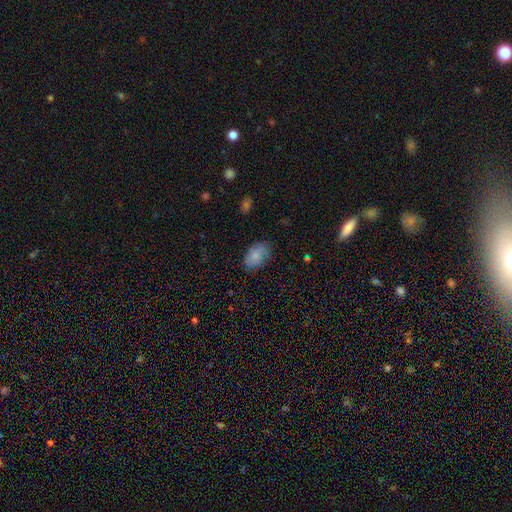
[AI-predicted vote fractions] Q: Smooth or featured?
A: smooth (82%); runner-up: featured or disk (10%)
Q: How rounded?
A: in between (87%); runner-up: round (12%)
Q: Merging?
A: none (76%); runner-up: minor disturbance (19%)